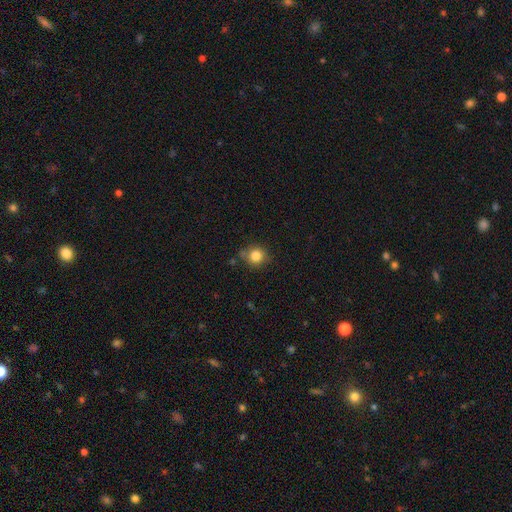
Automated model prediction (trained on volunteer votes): Smooth or featured? Predicted: smooth (p=0.82). How rounded? Predicted: round (p=0.87). Merging? Predicted: none (p=0.74).